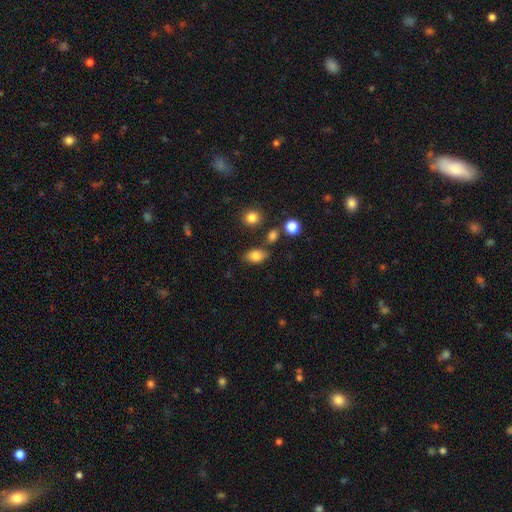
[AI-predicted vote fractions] Smooth or featured?
  - smooth: 82% *
  - star or artifact: 10%
  - featured or disk: 8%
How rounded?
  - in between: 84% *
  - round: 14%
  - cigar-shaped: 2%
Merging?
  - none: 75% *
  - minor disturbance: 14%
  - merger: 7%
  - major disturbance: 4%